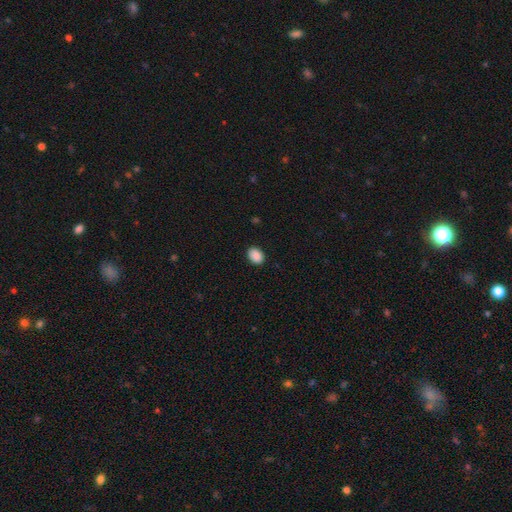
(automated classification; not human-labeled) Morphology: type=smooth (90%); roundness=in between (70%); merging=none (89%).